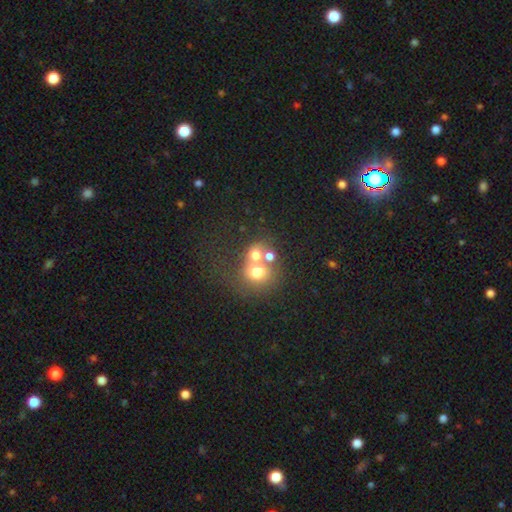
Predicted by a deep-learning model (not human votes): smooth 52%, star or artifact 29%, featured or disk 20%. Down the decision tree: how rounded — round (77%); merging — merger (50%).